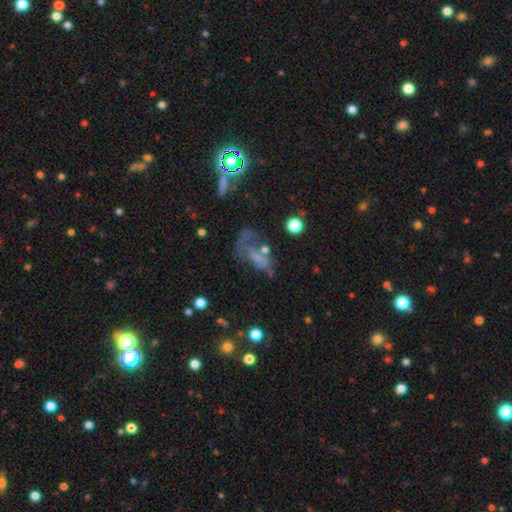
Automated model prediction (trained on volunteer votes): featured or disk 43%, smooth 34%, star or artifact 23%. Down the decision tree: merging — major disturbance (43%).